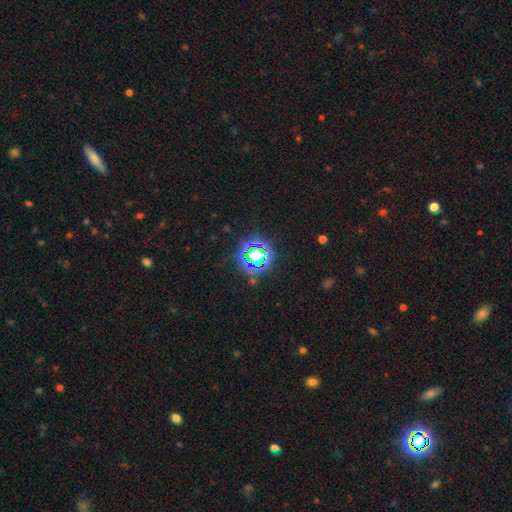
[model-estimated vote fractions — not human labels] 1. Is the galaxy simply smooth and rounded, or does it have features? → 61% star or artifact, 27% smooth, 12% featured or disk.